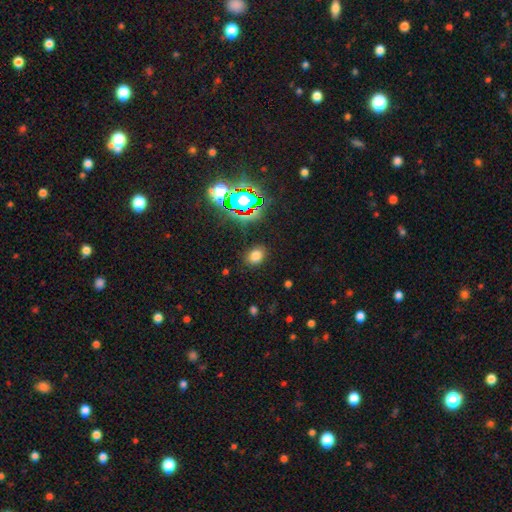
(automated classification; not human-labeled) smooth-or-featured: smooth: 72% | star or artifact: 21% | featured or disk: 7%
  how-rounded: in between: 55% | round: 44% | cigar-shaped: 1%
  merging: none: 85% | minor disturbance: 10% | major disturbance: 3% | merger: 2%